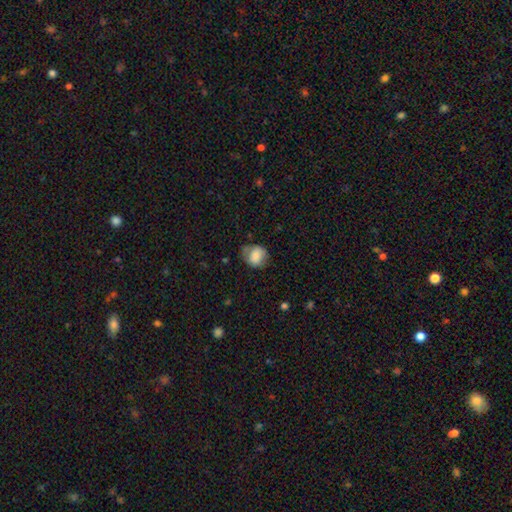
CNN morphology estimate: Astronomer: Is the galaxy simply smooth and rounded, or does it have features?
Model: smooth — 79%.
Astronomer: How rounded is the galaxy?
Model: round — 67%.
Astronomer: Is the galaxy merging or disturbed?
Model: none — 61%.